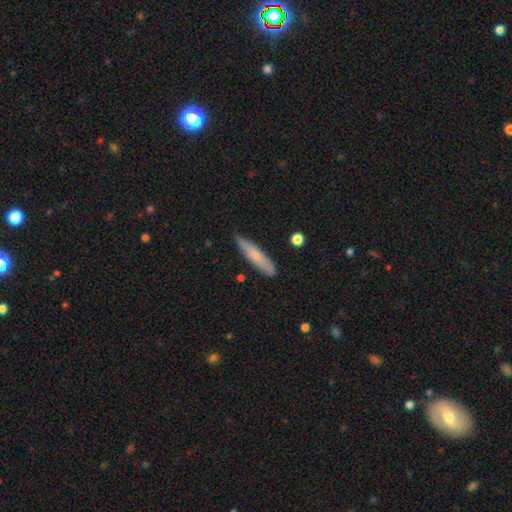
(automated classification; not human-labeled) smooth-or-featured: smooth: 66% | featured or disk: 28% | star or artifact: 6%
  how-rounded: cigar-shaped: 87% | in between: 11% | round: 2%
  merging: none: 84% | minor disturbance: 13% | major disturbance: 2% | merger: 2%